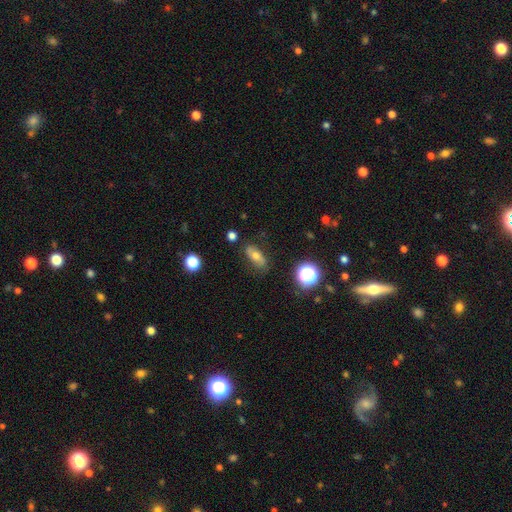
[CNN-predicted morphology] Smooth or featured? Predicted: smooth (p=0.59). How rounded? Predicted: in between (p=0.75). Merging? Predicted: none (p=0.77).